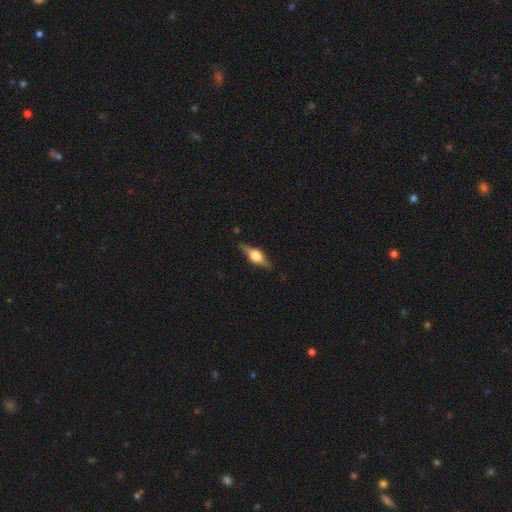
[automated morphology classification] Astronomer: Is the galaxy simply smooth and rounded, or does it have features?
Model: featured or disk — 68%.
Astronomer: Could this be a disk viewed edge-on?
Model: yes — 96%.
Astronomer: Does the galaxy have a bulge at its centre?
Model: rounded — 90%.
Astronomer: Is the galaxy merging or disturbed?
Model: none — 85%.